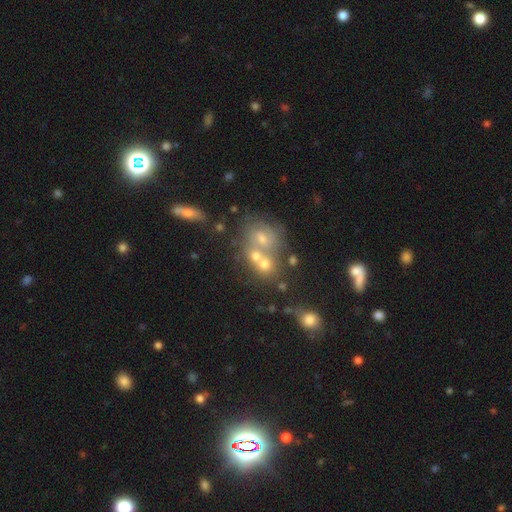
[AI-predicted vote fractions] A smooth galaxy with no disk features (50%).

Vote fractions:
- Smooth or featured? smooth: 50% / featured or disk: 34% / star or artifact: 16%
- Merging? merger: 52% / none: 31% / minor disturbance: 10% / major disturbance: 6%